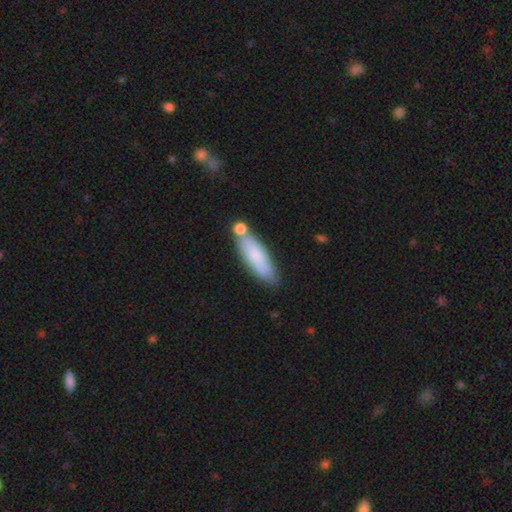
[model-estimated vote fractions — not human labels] Overall: smooth (79%). How rounded: cigar-shaped (51%; in between 47%). Merging: none (69%).